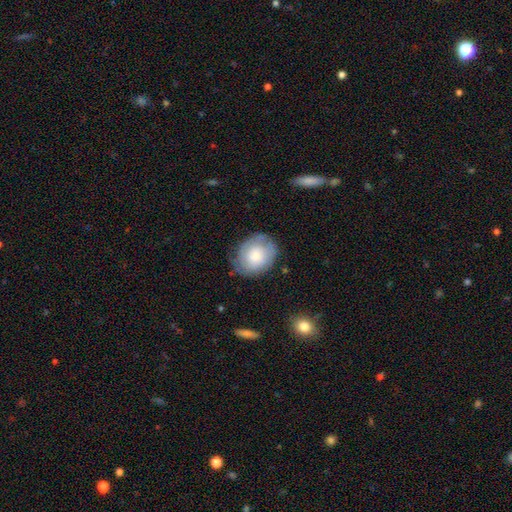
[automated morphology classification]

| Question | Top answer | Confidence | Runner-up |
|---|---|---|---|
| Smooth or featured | smooth | 64% | featured or disk (29%) |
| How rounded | round | 61% | in between (38%) |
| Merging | none | 71% | minor disturbance (21%) |